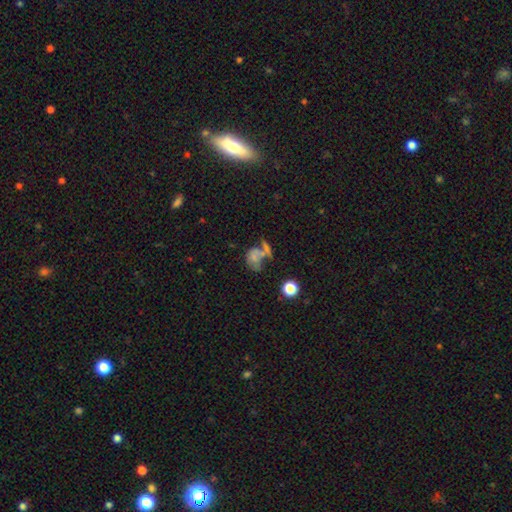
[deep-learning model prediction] Smooth or featured: smooth — 54% (featured or disk — 31%)
How rounded: in between — 58% (round — 40%)
Merging: merger — 42% (none — 22%)